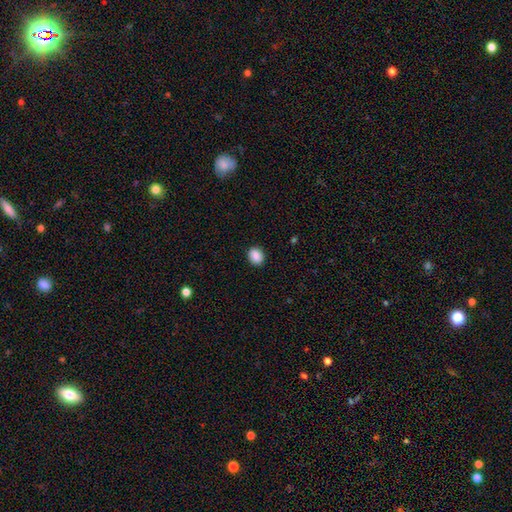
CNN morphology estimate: This appears to be a smooth galaxy with no disk features (88%) that is in between round and cigar-shaped (53%). Merging: none (89%).